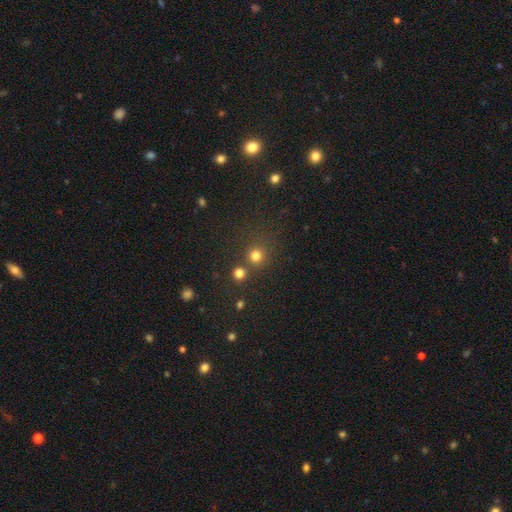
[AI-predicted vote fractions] This appears to be a smooth galaxy with no disk features (76%) that is round (90%). Merging: none (68%).